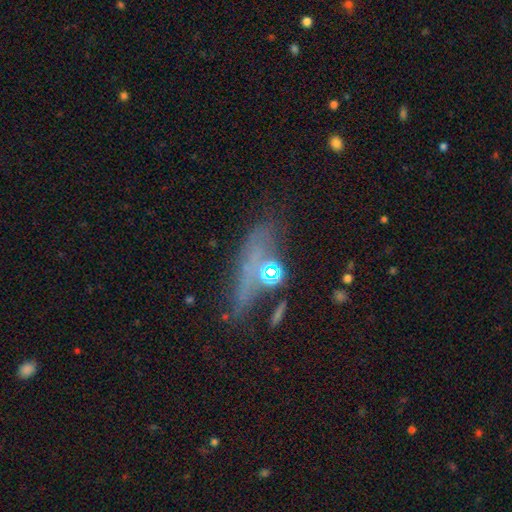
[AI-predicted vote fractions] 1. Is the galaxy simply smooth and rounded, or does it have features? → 38% featured or disk, 36% smooth, 26% star or artifact.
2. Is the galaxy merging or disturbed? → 53% none, 20% minor disturbance, 17% major disturbance, 10% merger.